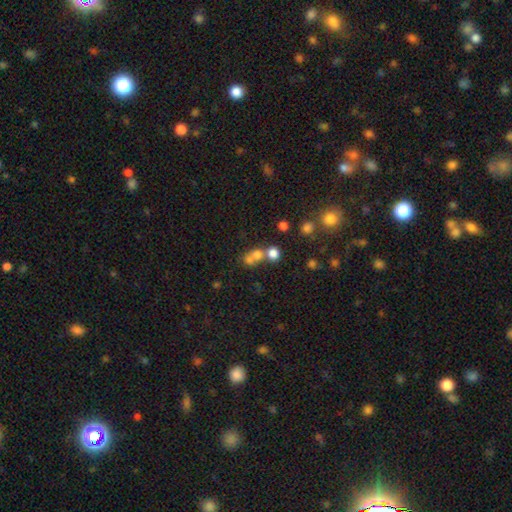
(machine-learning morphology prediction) This appears to be a smooth galaxy with no disk features (65%) that is round (70%). Merging: merger (51%).